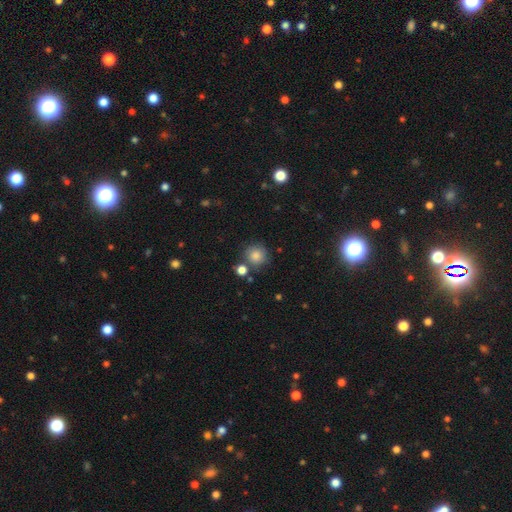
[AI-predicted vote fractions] Smooth or featured?
  - smooth: 82% *
  - star or artifact: 10%
  - featured or disk: 8%
How rounded?
  - round: 90% *
  - in between: 9%
  - cigar-shaped: 1%
Merging?
  - none: 74% *
  - minor disturbance: 13%
  - merger: 9%
  - major disturbance: 4%